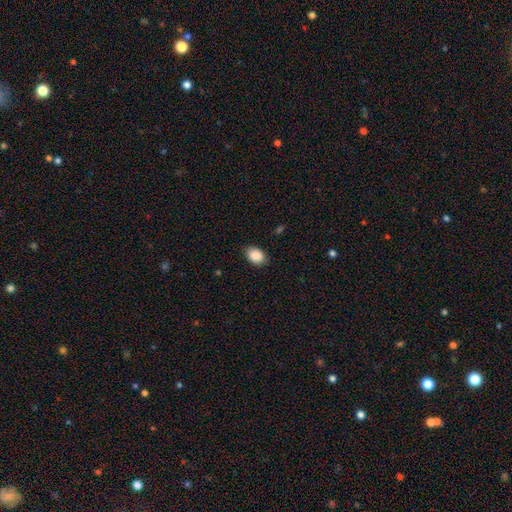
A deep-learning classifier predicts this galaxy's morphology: The model was most divided on "how rounded": in between: 74%, round: 25%, cigar-shaped: 1%. More confident: smooth or featured — smooth (90%); merging — none (85%).